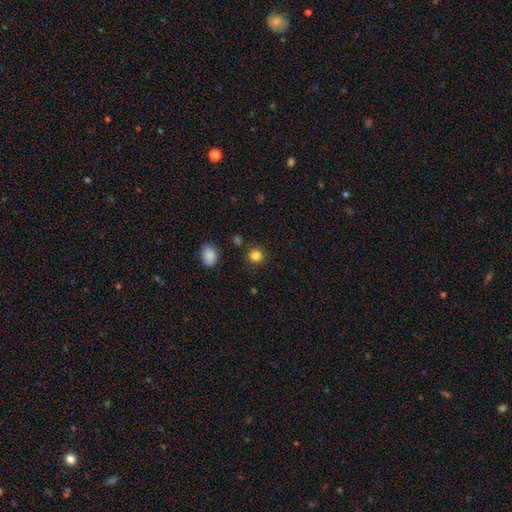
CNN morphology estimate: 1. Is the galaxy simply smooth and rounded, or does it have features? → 84% smooth, 12% star or artifact, 4% featured or disk.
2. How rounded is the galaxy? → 91% round, 8% in between, 1% cigar-shaped.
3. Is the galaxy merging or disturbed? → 89% none, 6% minor disturbance, 3% merger, 2% major disturbance.